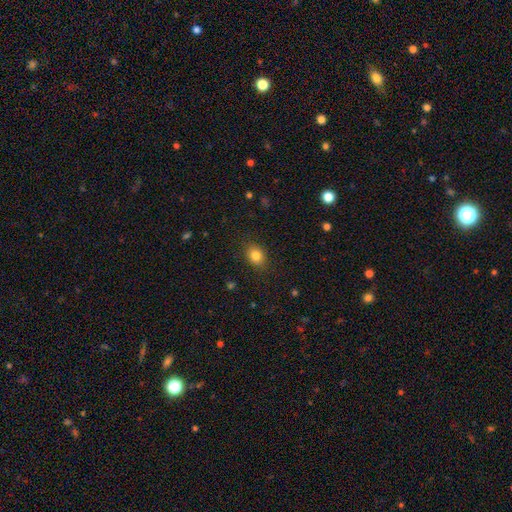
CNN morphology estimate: Smooth or featured?
  - smooth: 83% *
  - star or artifact: 11%
  - featured or disk: 6%
How rounded?
  - in between: 50% *
  - round: 49%
  - cigar-shaped: 1%
Merging?
  - none: 87% *
  - minor disturbance: 9%
  - major disturbance: 3%
  - merger: 1%